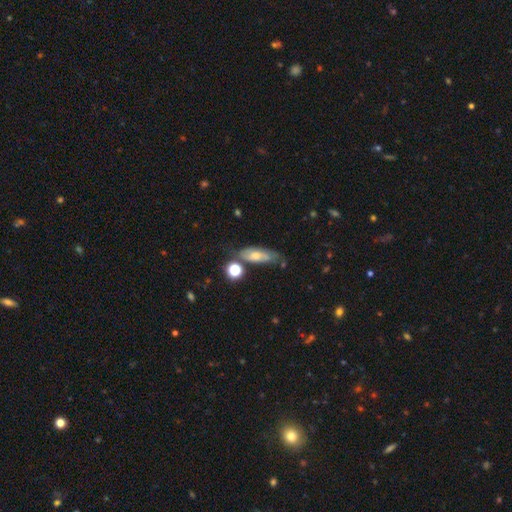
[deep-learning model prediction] Q: Smooth or featured?
A: smooth (59%); runner-up: featured or disk (31%)
Q: How rounded?
A: in between (62%); runner-up: cigar-shaped (32%)
Q: Merging?
A: none (54%); runner-up: minor disturbance (26%)